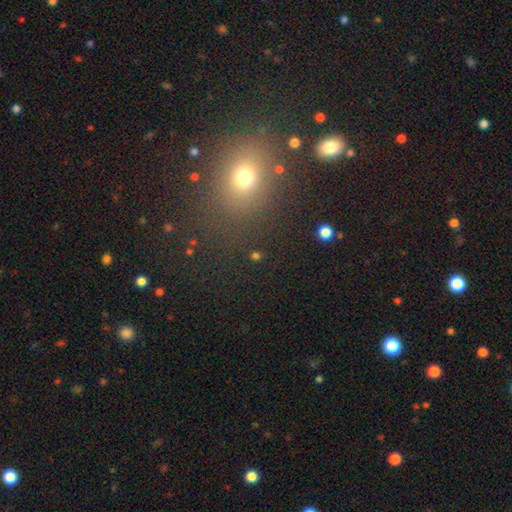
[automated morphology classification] The model was most divided on "smooth or featured": smooth: 55%, star or artifact: 34%, featured or disk: 10%. More confident: merging — none (79%); how rounded — round (69%).